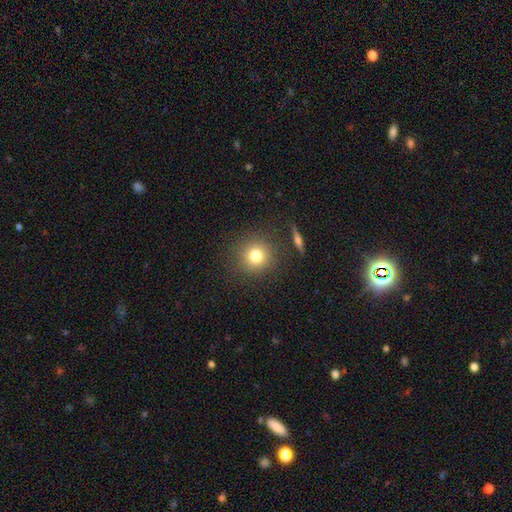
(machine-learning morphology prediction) A smooth galaxy with no disk features (77%) that is round (93%). Merging: none (86%).